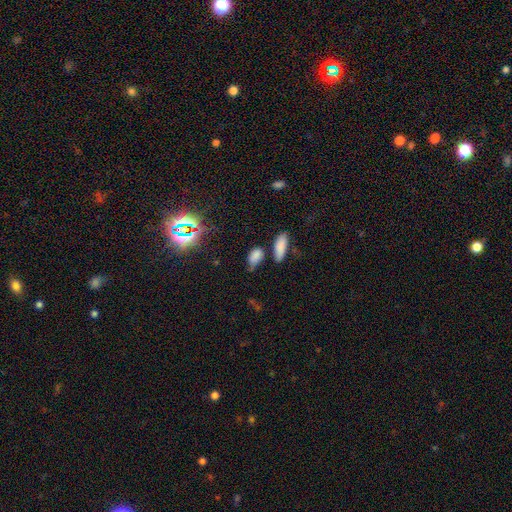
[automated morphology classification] type=smooth (73%); roundness=in between (83%); merging=none (55%).